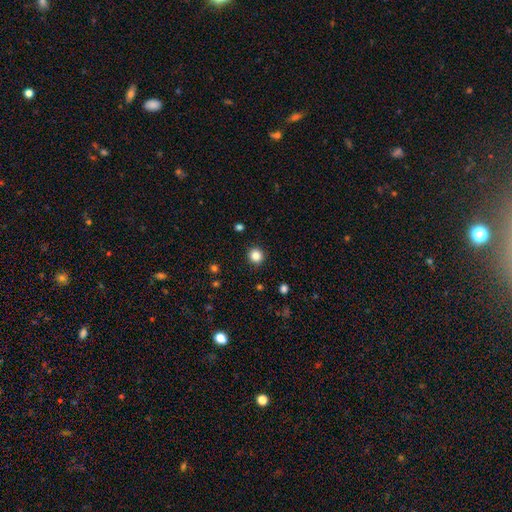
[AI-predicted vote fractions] A smooth galaxy with no disk features (84%) that is round (93%).

Vote fractions:
- Smooth or featured? smooth: 84% / star or artifact: 11% / featured or disk: 4%
- How rounded? round: 93% / in between: 6% / cigar-shaped: 1%
- Merging? none: 92% / minor disturbance: 5% / major disturbance: 2% / merger: 1%